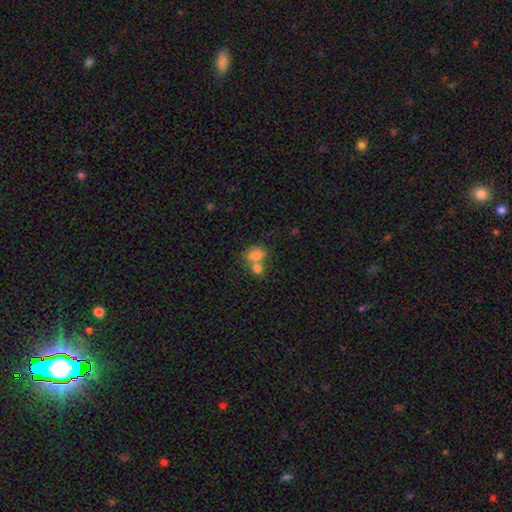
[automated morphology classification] smooth-or-featured: smooth: 76% | featured or disk: 13% | star or artifact: 10%
  how-rounded: in between: 56% | round: 42% | cigar-shaped: 1%
  merging: merger: 59% | none: 26% | minor disturbance: 9% | major disturbance: 5%